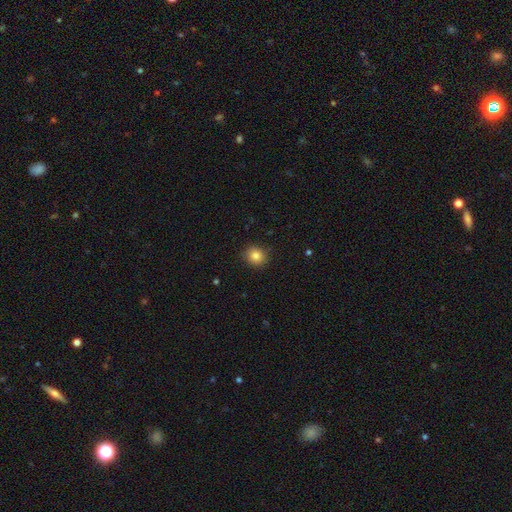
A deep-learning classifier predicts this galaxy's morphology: smooth_or_featured: smooth (p=0.84) [alt: star or artifact p=0.10]
how_rounded: round (p=0.81) [alt: in between p=0.18]
merging: none (p=0.88) [alt: minor disturbance p=0.09]